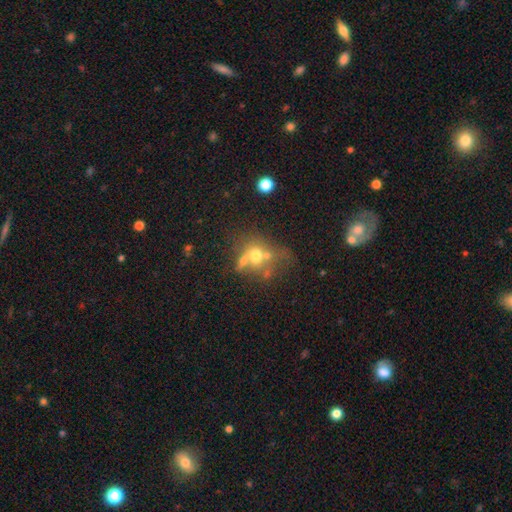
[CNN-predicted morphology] Smooth or featured: smooth — 58% (featured or disk — 26%)
How rounded: round — 69% (in between — 30%)
Merging: merger — 49% (none — 28%)